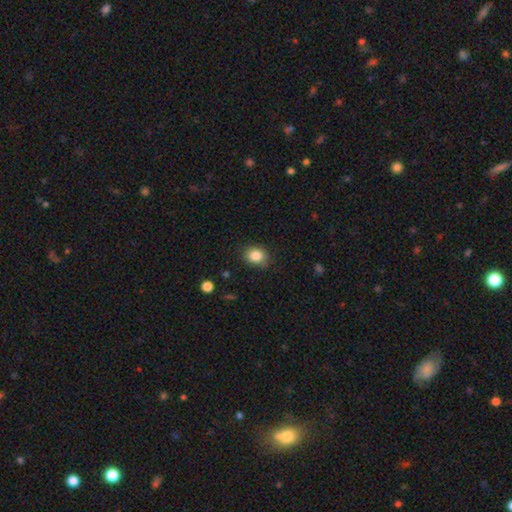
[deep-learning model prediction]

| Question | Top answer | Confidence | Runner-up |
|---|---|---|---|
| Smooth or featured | smooth | 85% | star or artifact (10%) |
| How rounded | round | 57% | in between (42%) |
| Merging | none | 81% | minor disturbance (15%) |